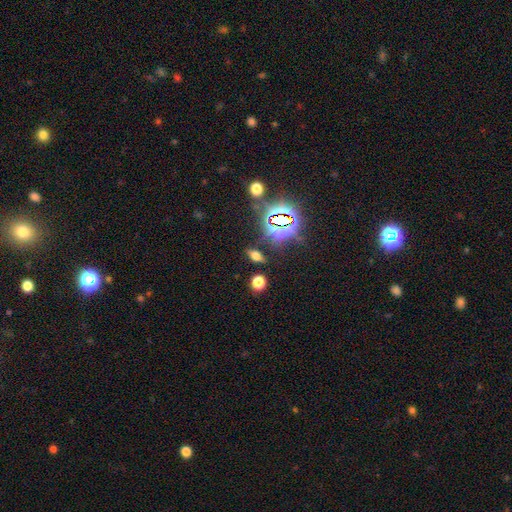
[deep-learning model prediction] Smooth or featured? smooth (47%)
Merging? none (81%)